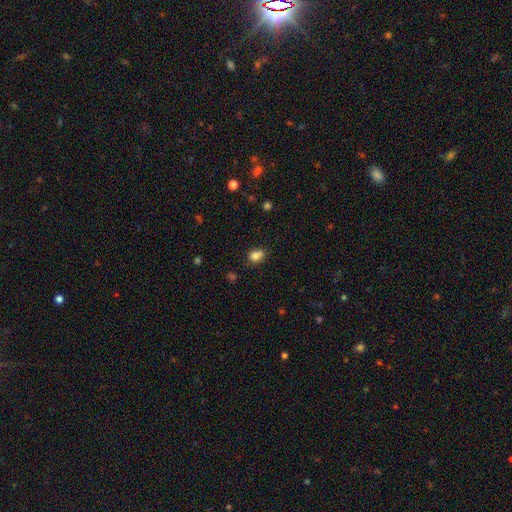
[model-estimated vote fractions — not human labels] Smooth or featured? smooth (79%)
How rounded? in between (55%)
Merging? none (51%)